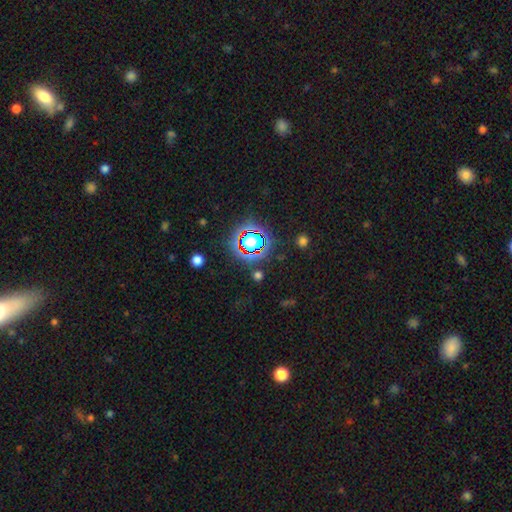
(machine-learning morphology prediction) Smooth or featured?
  - star or artifact: 73% *
  - smooth: 17%
  - featured or disk: 11%